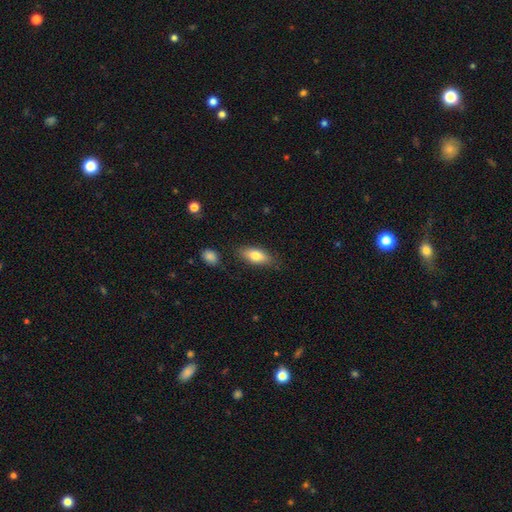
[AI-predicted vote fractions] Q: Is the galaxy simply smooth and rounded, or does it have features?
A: smooth — 77%.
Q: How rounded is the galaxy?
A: in between — 81%.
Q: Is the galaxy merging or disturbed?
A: none — 81%.